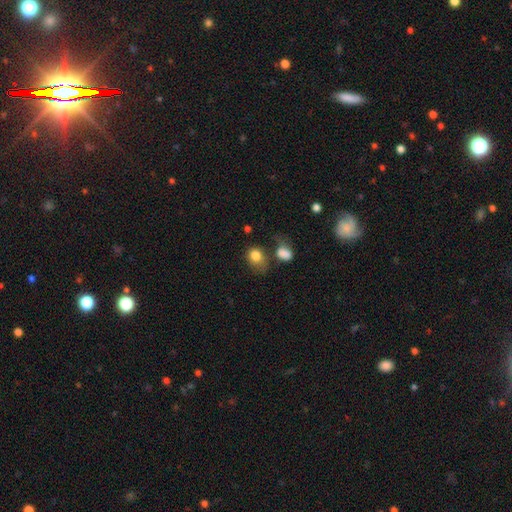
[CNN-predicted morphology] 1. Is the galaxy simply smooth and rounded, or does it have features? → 81% smooth, 10% star or artifact, 9% featured or disk.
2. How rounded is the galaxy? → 50% round, 49% in between, 1% cigar-shaped.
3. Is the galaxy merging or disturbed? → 38% none, 24% minor disturbance, 19% merger, 19% major disturbance.